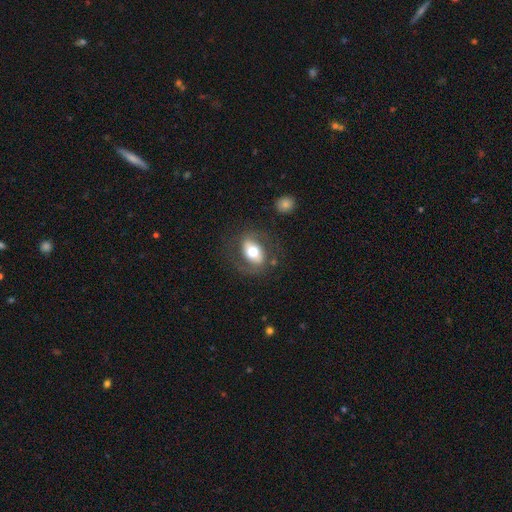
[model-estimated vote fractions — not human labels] Overall: smooth (49%; featured or disk 44%). Merging: none (70%).